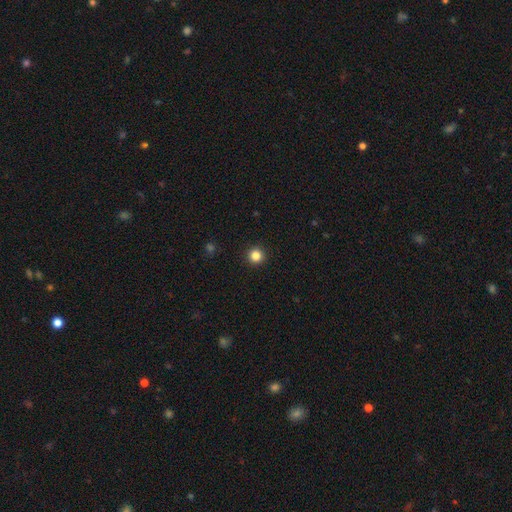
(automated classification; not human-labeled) Smooth or featured? smooth (84%)
How rounded? round (96%)
Merging? none (93%)